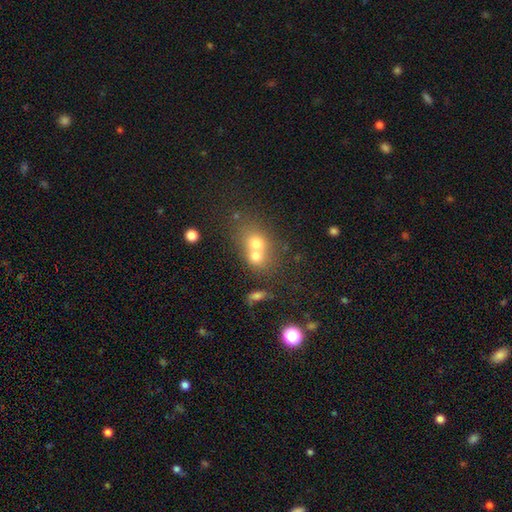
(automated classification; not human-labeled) The model was most divided on "how rounded": round: 61%, in between: 37%, cigar-shaped: 1%. More confident: smooth or featured — smooth (66%); merging — merger (66%).